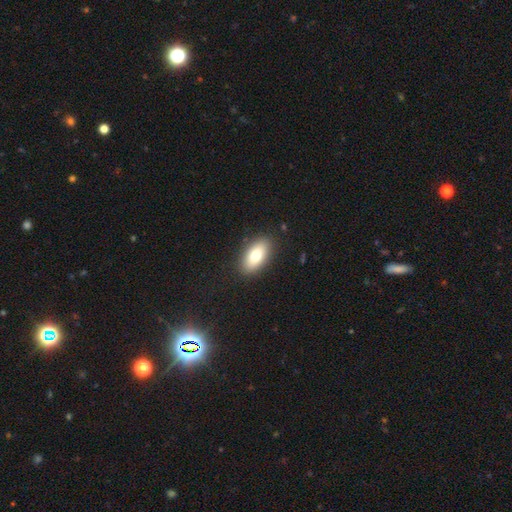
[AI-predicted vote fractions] Q: Smooth or featured?
A: smooth (77%); runner-up: featured or disk (15%)
Q: How rounded?
A: in between (91%); runner-up: cigar-shaped (5%)
Q: Merging?
A: none (88%); runner-up: minor disturbance (8%)